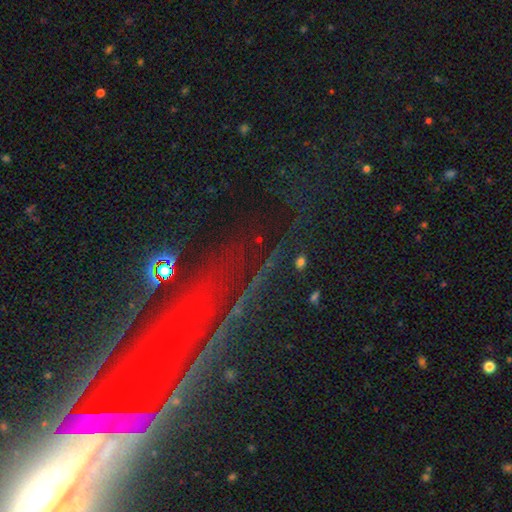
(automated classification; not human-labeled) smooth-or-featured: star or artifact: 74% | smooth: 15% | featured or disk: 11%